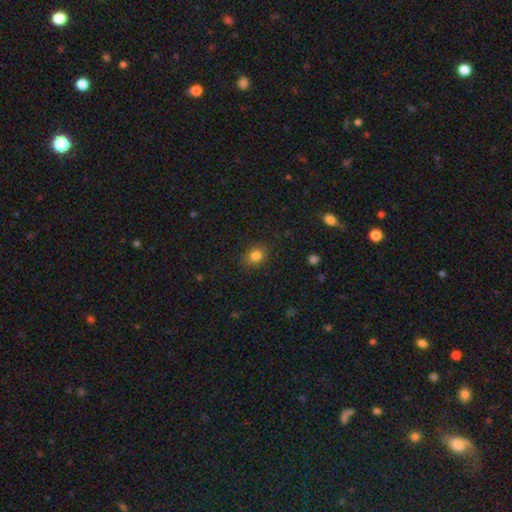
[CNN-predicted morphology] type=smooth (82%); roundness=round (55%); merging=none (85%).